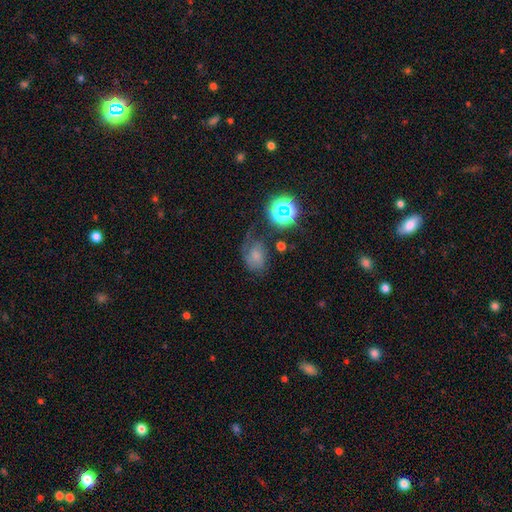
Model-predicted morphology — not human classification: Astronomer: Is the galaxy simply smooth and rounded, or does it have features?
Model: smooth — 50% (runner-up: featured or disk, 28%).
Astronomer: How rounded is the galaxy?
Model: in between — 65%.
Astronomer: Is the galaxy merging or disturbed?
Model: none — 36% (runner-up: minor disturbance, 30%).